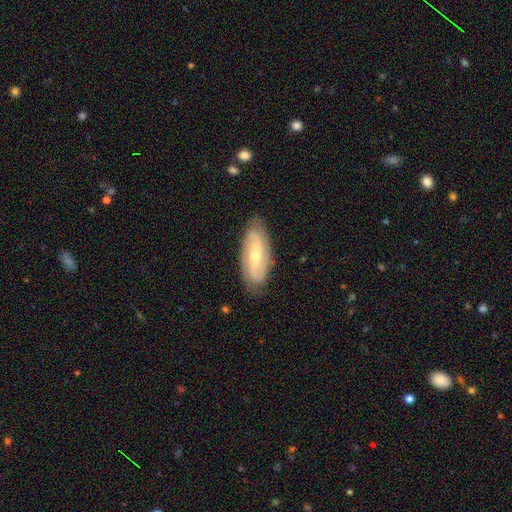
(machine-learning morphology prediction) A featured or disk galaxy (72%) with a weak bar (39%, tied with no), 2 (76%) medium (39%) spiral arms (89%) and a small central bulge (61%).

Vote fractions:
- Smooth or featured? featured or disk: 72% / smooth: 22% / star or artifact: 6%
- Edge-on disk? no: 88% / yes: 12%
- Bar? weak: 39% (tied) / no: 39% (tied) / strong: 22%
- Spiral arms? yes: 89% / no: 11%
- Spiral winding? medium: 39% / tight: 34% / loose: 28%
- Spiral arm count? 2: 76% / can't tell: 15% / 3: 4% / 1: 2% / 4: 2% / more than 4: 1%
- Bulge size? small: 61% / moderate: 35% / large: 1% / none: 1% / dominant: 1%
- Merging? none: 83% / minor disturbance: 13% / major disturbance: 3% / merger: 1%